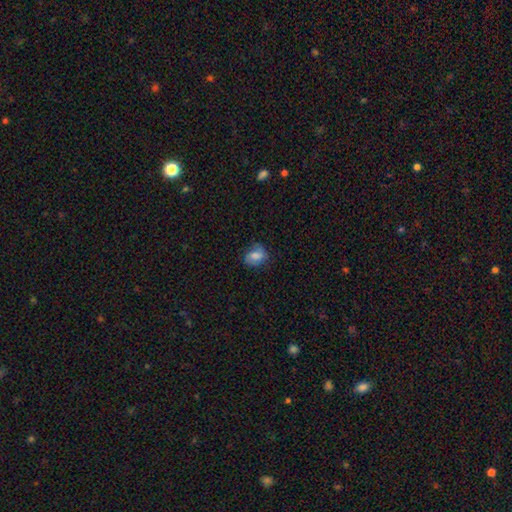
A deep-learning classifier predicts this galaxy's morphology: Smooth or featured? Predicted: smooth (p=0.74). How rounded? Predicted: in between (p=0.65). Merging? Predicted: none (p=0.67).